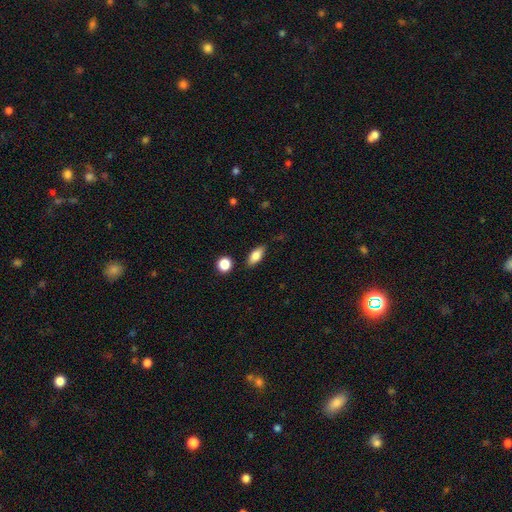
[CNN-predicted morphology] A smooth galaxy with no disk features (80%) that is in between round and cigar-shaped (84%).

Vote fractions:
- Smooth or featured? smooth: 80% / featured or disk: 12% / star or artifact: 8%
- How rounded? in between: 84% / cigar-shaped: 12% / round: 4%
- Merging? none: 81% / minor disturbance: 13% / major disturbance: 3% / merger: 3%